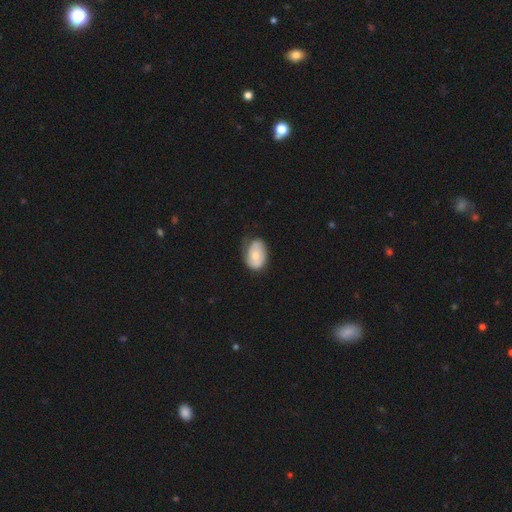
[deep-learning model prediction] This appears to be a smooth galaxy with no disk features (58%) that is in between round and cigar-shaped (84%). Merging: none (53%).